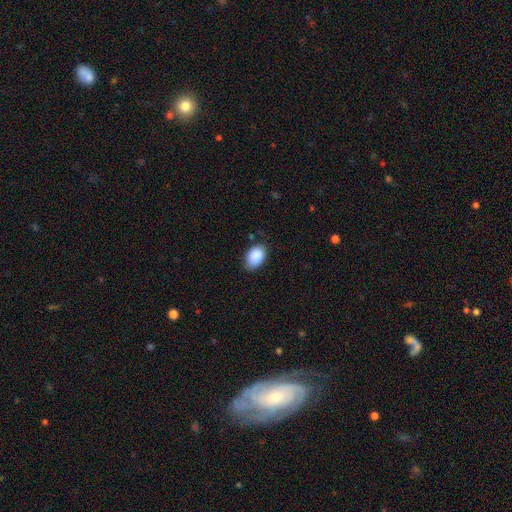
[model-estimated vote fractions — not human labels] Q: Smooth or featured?
A: smooth (90%); runner-up: star or artifact (7%)
Q: How rounded?
A: in between (89%); runner-up: round (9%)
Q: Merging?
A: none (74%); runner-up: minor disturbance (21%)